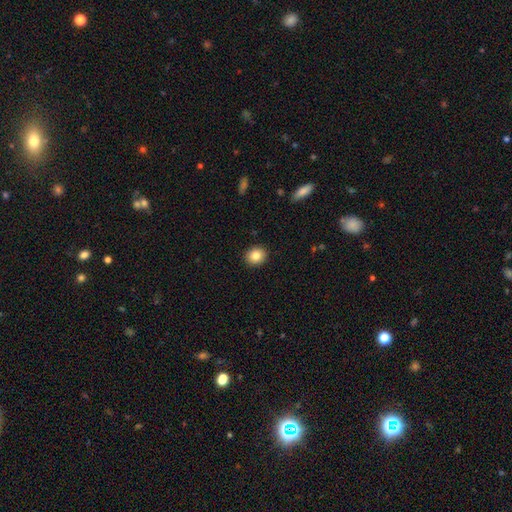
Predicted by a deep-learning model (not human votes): A smooth galaxy with no disk features (83%) that is round (76%). Merging: none (92%).